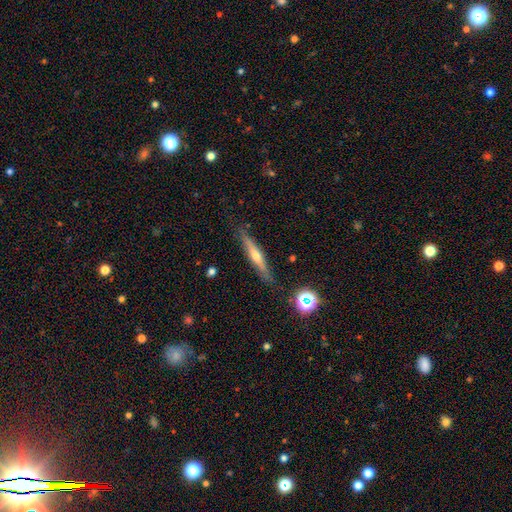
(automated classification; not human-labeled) Morphology: type=featured or disk (58%); edge-on=yes (94%); edge-on bulge=rounded (81%); merging=none (86%).